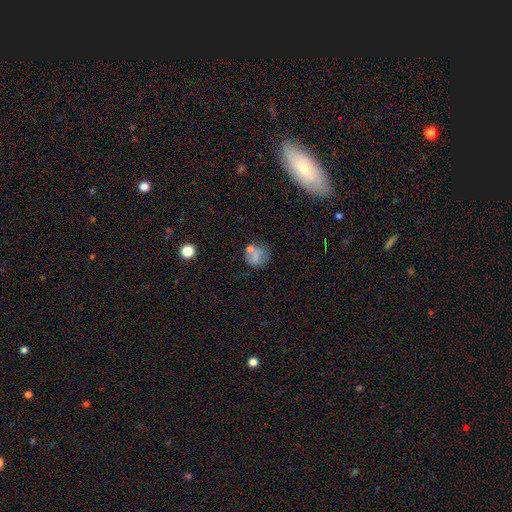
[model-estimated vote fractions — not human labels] Overall: smooth (66%). How rounded: round (80%). Merging: none (53%; minor disturbance 19%).